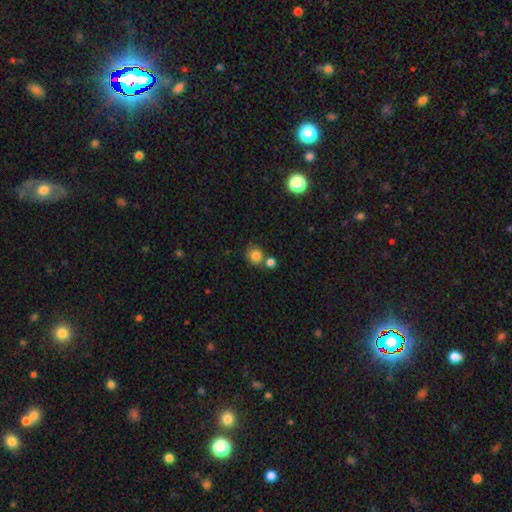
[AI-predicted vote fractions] Q: Smooth or featured?
A: smooth (83%); runner-up: star or artifact (11%)
Q: How rounded?
A: round (86%); runner-up: in between (13%)
Q: Merging?
A: none (64%); runner-up: merger (22%)